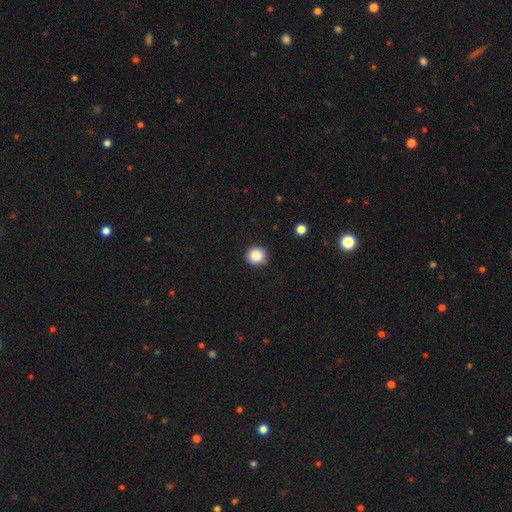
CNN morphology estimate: This appears to be a smooth galaxy with no disk features (85%) that is round (93%). Merging: none (90%).